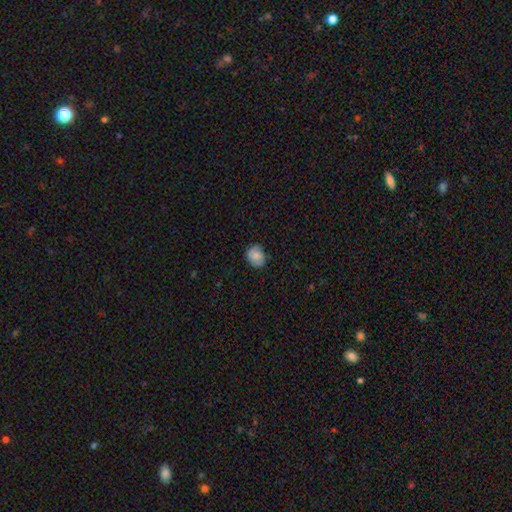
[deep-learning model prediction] smooth_or_featured: smooth (p=0.69) [alt: featured or disk p=0.22]
how_rounded: round (p=0.64) [alt: in between p=0.35]
merging: none (p=0.74) [alt: minor disturbance p=0.21]